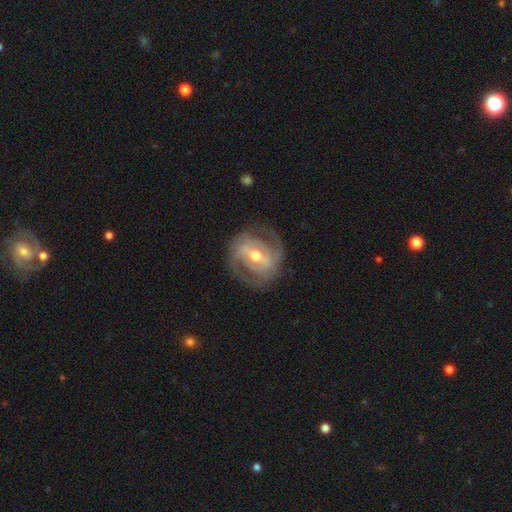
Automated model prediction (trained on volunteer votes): Smooth or featured: featured or disk — 85% (smooth — 10%)
Edge-on disk: no — 96% (yes — 4%)
Bar: strong — 44% (weak — 39%)
Spiral arms: yes — 90% (no — 10%)
Spiral winding: tight — 48% (medium — 40%)
Spiral arm count: 2 — 75% (can't tell — 12%)
Bulge size: moderate — 69% (small — 25%)
Merging: none — 77% (minor disturbance — 14%)